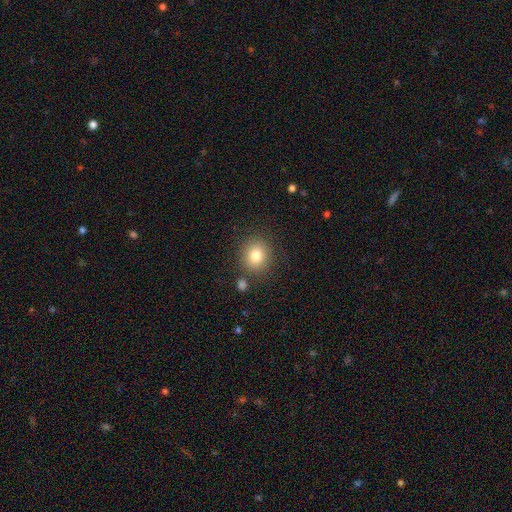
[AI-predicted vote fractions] smooth 81%, star or artifact 11%, featured or disk 8%. Down the decision tree: how rounded — round (83%); merging — none (83%).